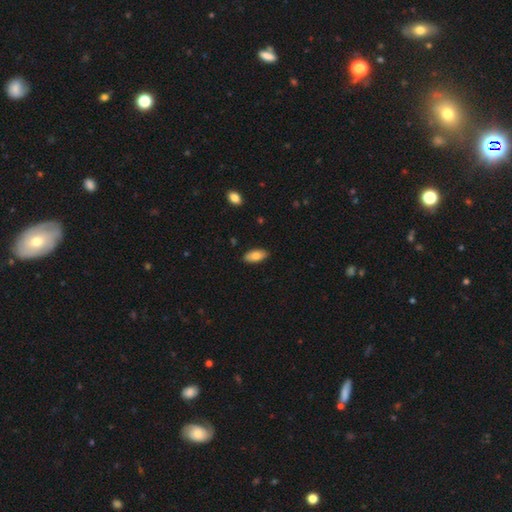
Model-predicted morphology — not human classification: A smooth galaxy with no disk features (77%) that is in between round and cigar-shaped (89%).

Vote fractions:
- Smooth or featured? smooth: 77% / featured or disk: 16% / star or artifact: 6%
- How rounded? in between: 89% / cigar-shaped: 8% / round: 2%
- Merging? none: 88% / minor disturbance: 9% / major disturbance: 2% / merger: 1%